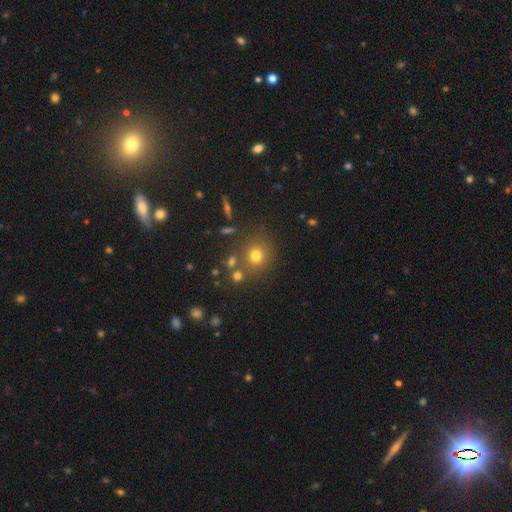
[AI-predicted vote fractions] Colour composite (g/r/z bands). It shows a smooth galaxy with no disk features (72%) that is round (87%). Merging: none (76%).